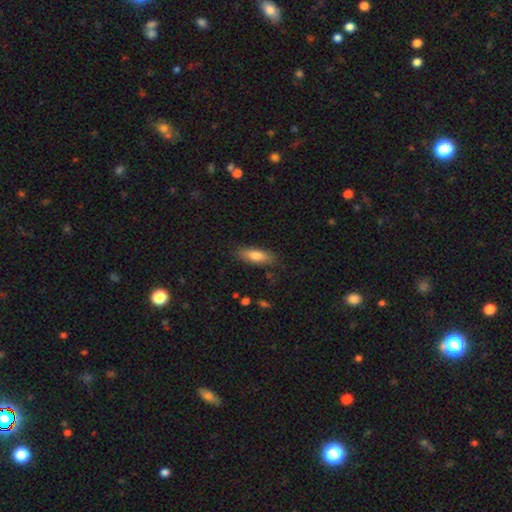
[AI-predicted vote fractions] A smooth galaxy with no disk features (79%) that is in between round and cigar-shaped (62%). Merging: none (82%).